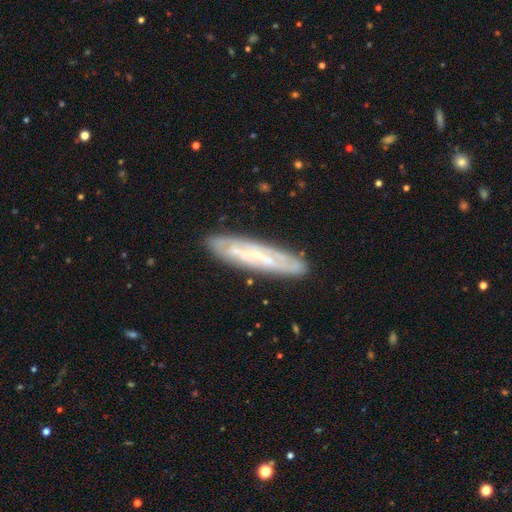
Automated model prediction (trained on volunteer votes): smooth-or-featured: featured or disk: 68% | smooth: 25% | star or artifact: 7%
  disk-edge-on: no: 54% | yes: 46%
  merging: none: 86% | minor disturbance: 11% | major disturbance: 2% | merger: 1%